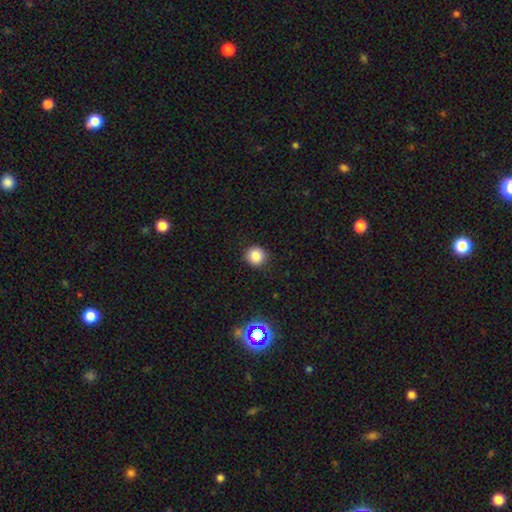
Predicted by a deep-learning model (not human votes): Overall: smooth (84%). How rounded: round (92%). Merging: none (90%).